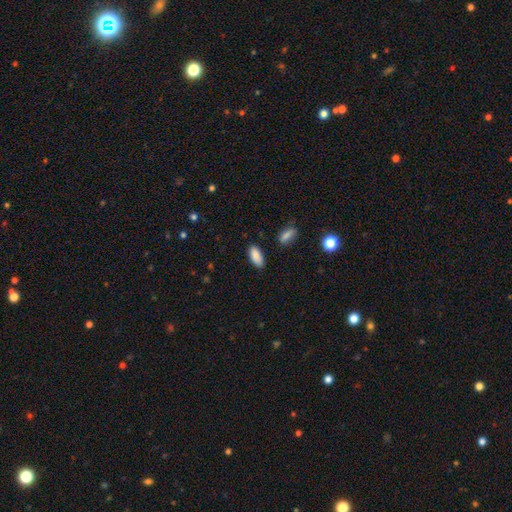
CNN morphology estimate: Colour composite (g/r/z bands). It shows a smooth galaxy with no disk features (88%) that is in between round and cigar-shaped (88%). Merging: none (84%).